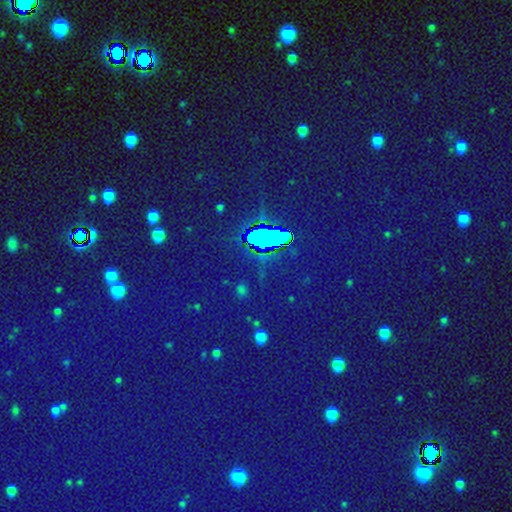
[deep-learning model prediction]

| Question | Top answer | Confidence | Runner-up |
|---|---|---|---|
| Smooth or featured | star or artifact | 79% | smooth (12%) |